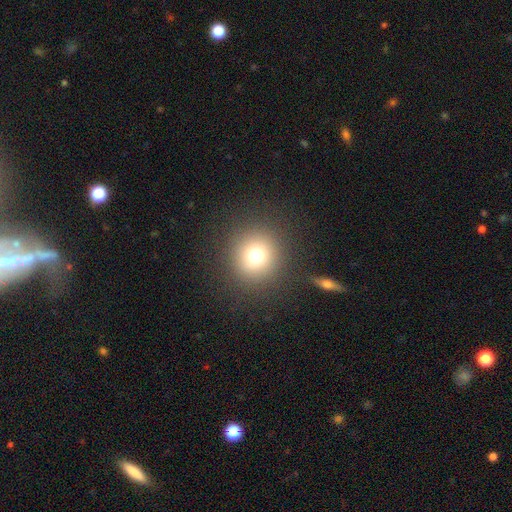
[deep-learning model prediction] Smooth or featured? Predicted: smooth (p=0.73). How rounded? Predicted: round (p=0.93). Merging? Predicted: none (p=0.89).